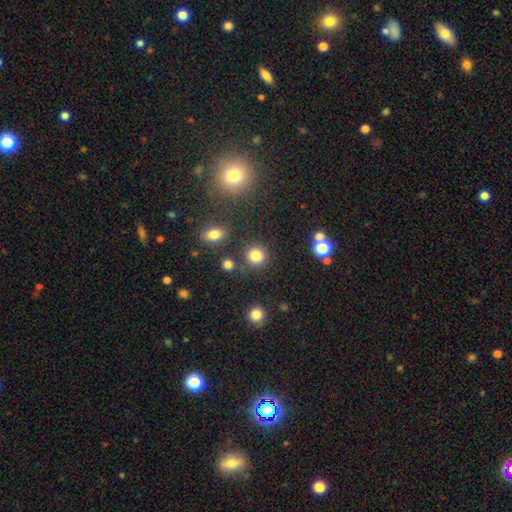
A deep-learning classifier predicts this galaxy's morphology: Smooth or featured? smooth (81%)
How rounded? round (89%)
Merging? none (82%)